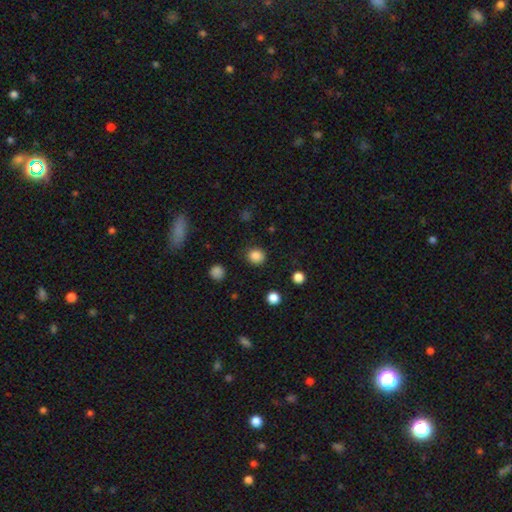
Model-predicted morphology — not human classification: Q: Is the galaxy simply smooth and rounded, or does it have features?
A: smooth — 85%.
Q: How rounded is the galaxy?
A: round — 86%.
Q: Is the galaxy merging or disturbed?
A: none — 88%.